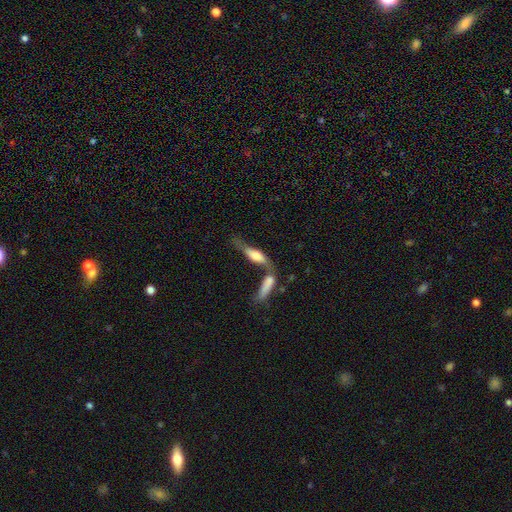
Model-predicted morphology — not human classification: smooth_or_featured: smooth (p=0.49) [alt: featured or disk p=0.44]
merging: merger (p=0.55) [alt: none p=0.25]